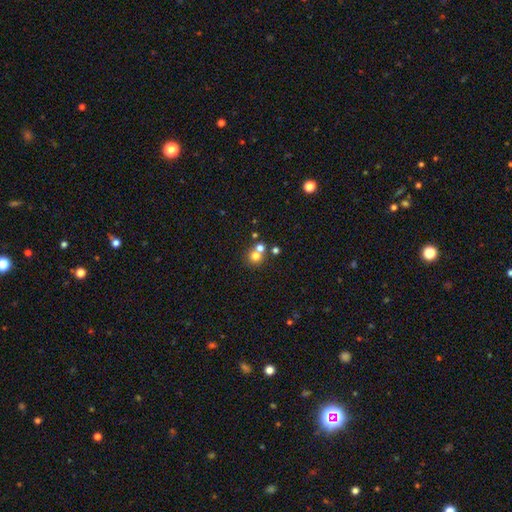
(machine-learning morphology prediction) Overall: smooth (72%). How rounded: round (88%). Merging: none (50%; merger 41%).